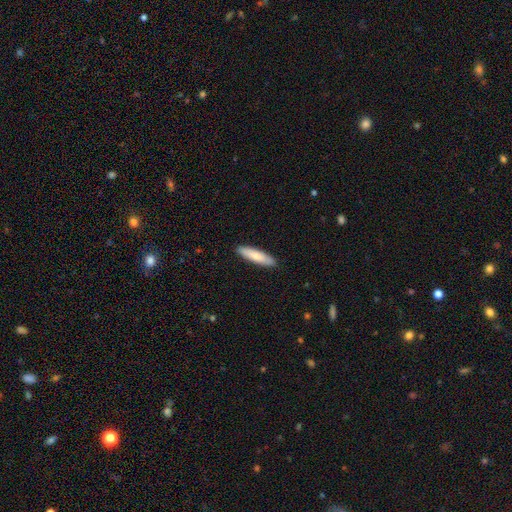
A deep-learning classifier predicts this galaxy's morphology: Smooth or featured? smooth (76%)
How rounded? cigar-shaped (75%)
Merging? none (90%)